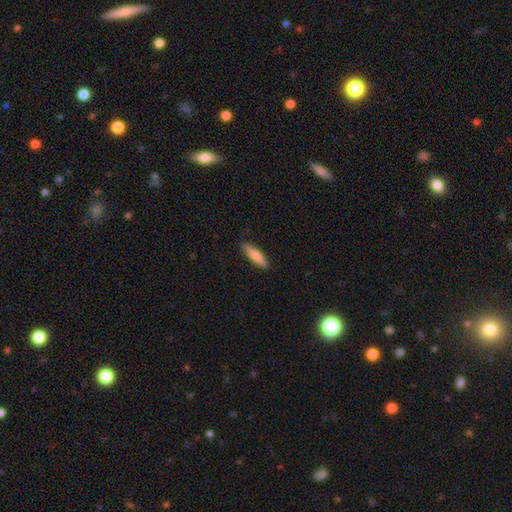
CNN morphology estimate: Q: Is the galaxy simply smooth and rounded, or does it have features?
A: smooth — 78%.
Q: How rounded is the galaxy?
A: cigar-shaped — 70%.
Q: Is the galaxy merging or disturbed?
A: none — 87%.